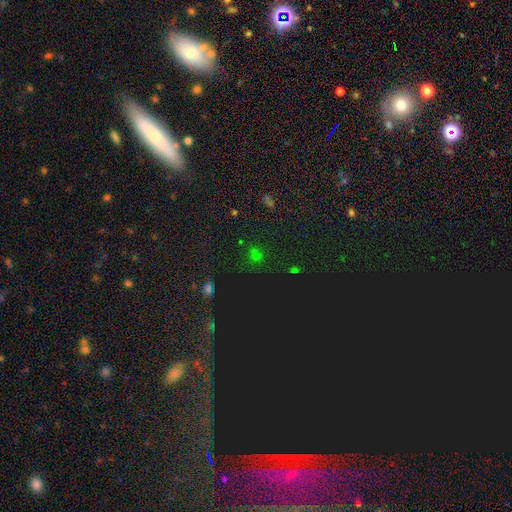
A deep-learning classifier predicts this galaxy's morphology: This is possibly a star or artifact rather than a galaxy (56%).